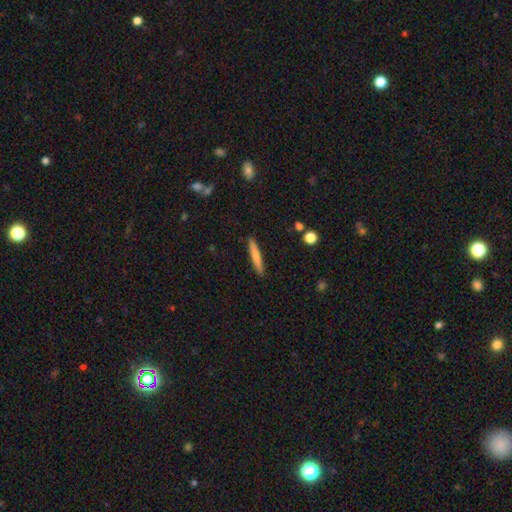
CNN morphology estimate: smooth 71%, featured or disk 23%, star or artifact 6%. Down the decision tree: how rounded — cigar-shaped (94%); merging — none (90%).